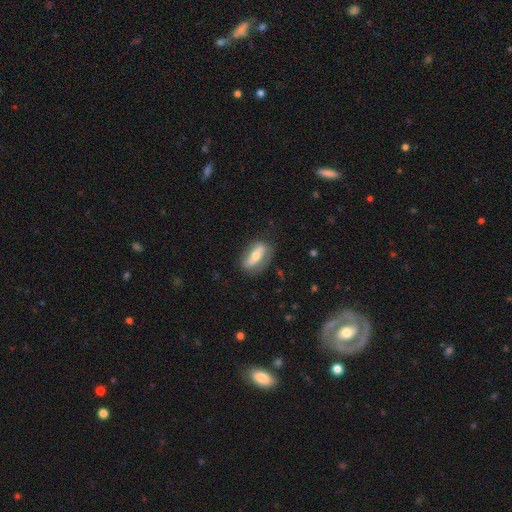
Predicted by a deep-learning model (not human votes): Q: Smooth or featured?
A: featured or disk (51%); runner-up: smooth (43%)
Q: Edge-on disk?
A: no (78%); runner-up: yes (22%)
Q: Merging?
A: none (71%); runner-up: minor disturbance (19%)